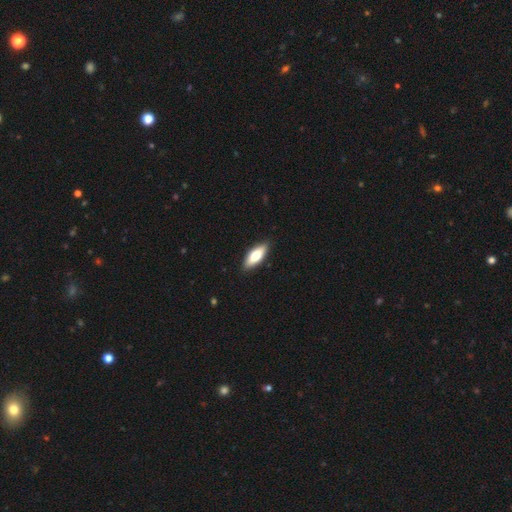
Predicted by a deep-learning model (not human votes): Overall: smooth (73%). How rounded: in between (71%). Merging: none (89%).